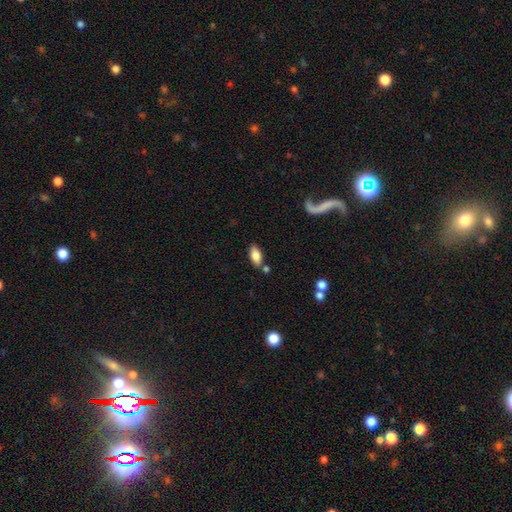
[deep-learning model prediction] A smooth galaxy with no disk features (81%) that is in between round and cigar-shaped (89%).

Vote fractions:
- Smooth or featured? smooth: 81% / featured or disk: 12% / star or artifact: 7%
- How rounded? in between: 89% / cigar-shaped: 8% / round: 3%
- Merging? none: 77% / minor disturbance: 12% / merger: 8% / major disturbance: 3%